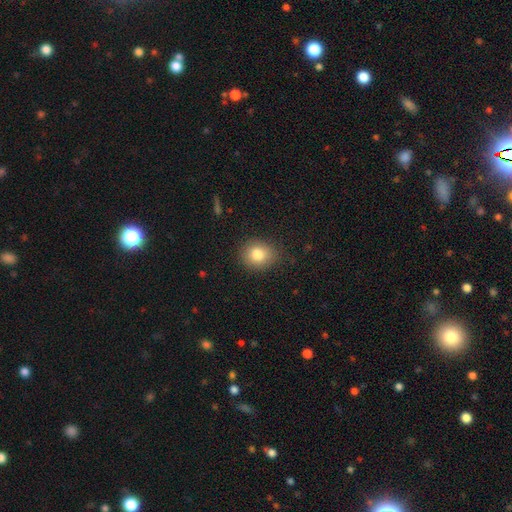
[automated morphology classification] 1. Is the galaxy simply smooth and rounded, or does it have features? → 82% smooth, 11% star or artifact, 7% featured or disk.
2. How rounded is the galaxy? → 65% round, 34% in between, 1% cigar-shaped.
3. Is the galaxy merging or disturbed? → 84% none, 13% minor disturbance, 2% major disturbance, 1% merger.